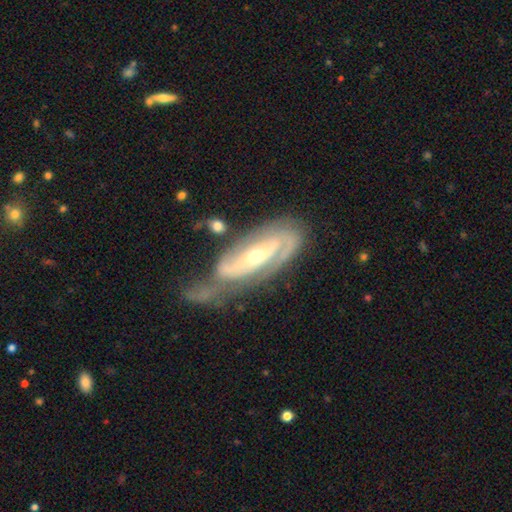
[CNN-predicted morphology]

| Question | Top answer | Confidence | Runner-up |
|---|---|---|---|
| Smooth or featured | featured or disk | 84% | smooth (11%) |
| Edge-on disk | no | 90% | yes (10%) |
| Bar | no | 37% | strong (32%) |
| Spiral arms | yes | 91% | no (9%) |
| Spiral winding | tight | 56% | medium (32%) |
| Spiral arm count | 2 | 57% | can't tell (23%) |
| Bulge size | small | 59% | moderate (38%) |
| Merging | none | 41% | minor disturbance (26%) |